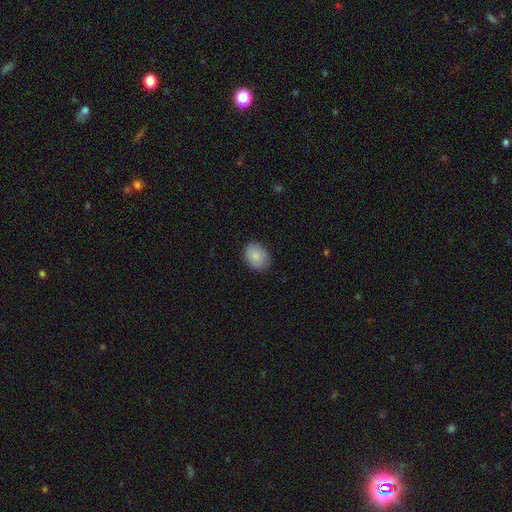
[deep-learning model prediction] smooth 86%, featured or disk 7%, star or artifact 7%. Down the decision tree: how rounded — in between (68%); merging — none (81%).